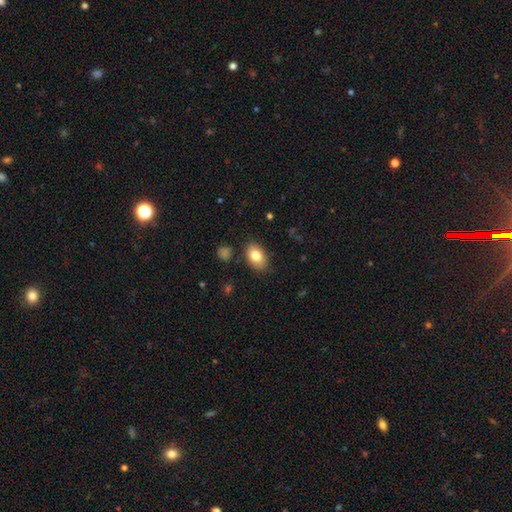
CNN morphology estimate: Smooth or featured? Predicted: smooth (p=0.81). How rounded? Predicted: in between (p=0.90). Merging? Predicted: none (p=0.84).